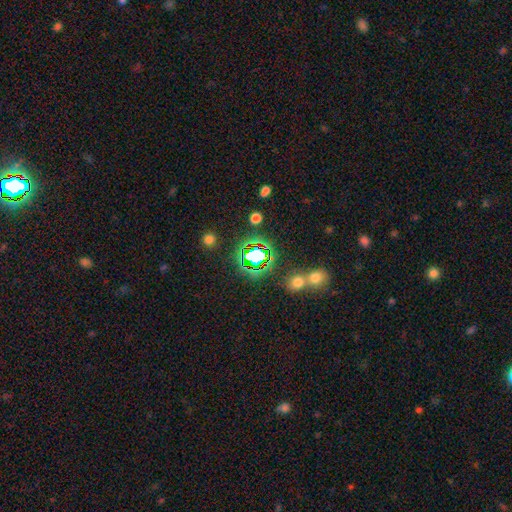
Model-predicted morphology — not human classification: Overall: star or artifact (62%; smooth 26%).